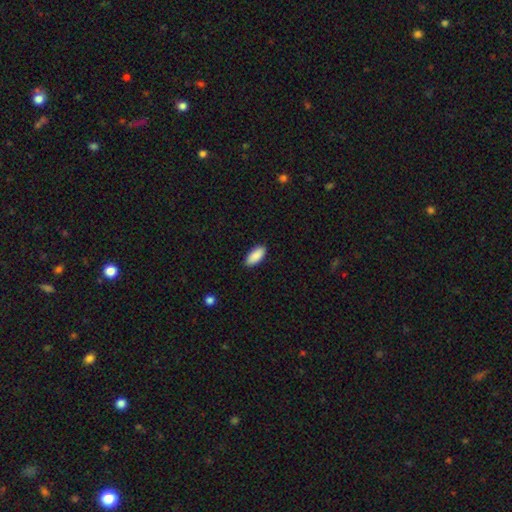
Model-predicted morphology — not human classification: type=smooth (90%); roundness=in between (88%); merging=none (89%).